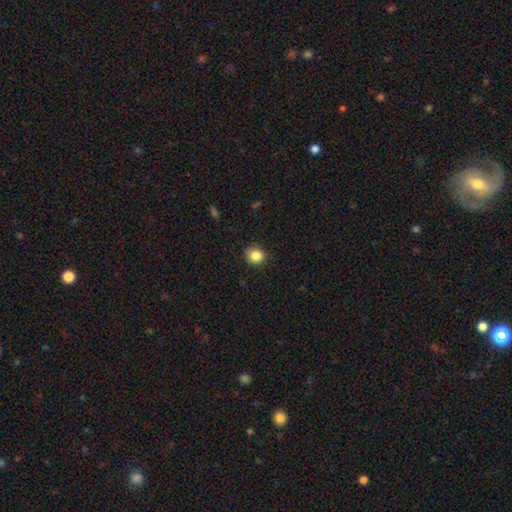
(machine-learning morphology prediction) smooth 85%, star or artifact 10%, featured or disk 5%. Down the decision tree: how rounded — round (88%); merging — none (87%).